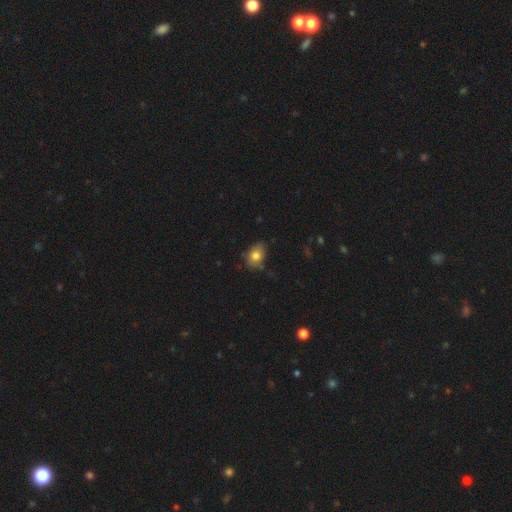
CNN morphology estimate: smooth-or-featured: smooth: 80% | featured or disk: 11% | star or artifact: 9%
  how-rounded: in between: 71% | round: 28% | cigar-shaped: 1%
  merging: none: 65% | minor disturbance: 27% | major disturbance: 6% | merger: 2%